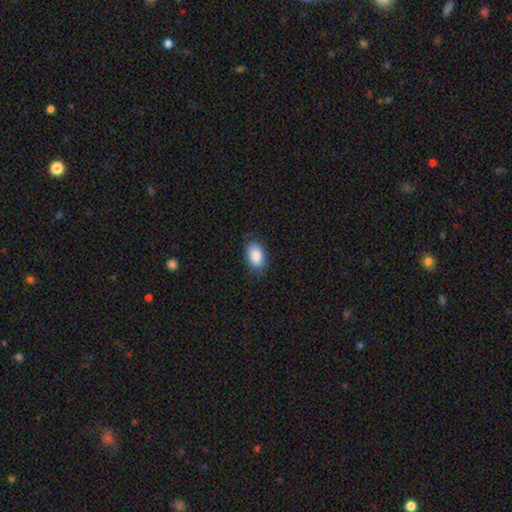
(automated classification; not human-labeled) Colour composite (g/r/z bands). It shows a smooth galaxy with no disk features (86%) that is in between round and cigar-shaped (91%). Merging: none (78%).